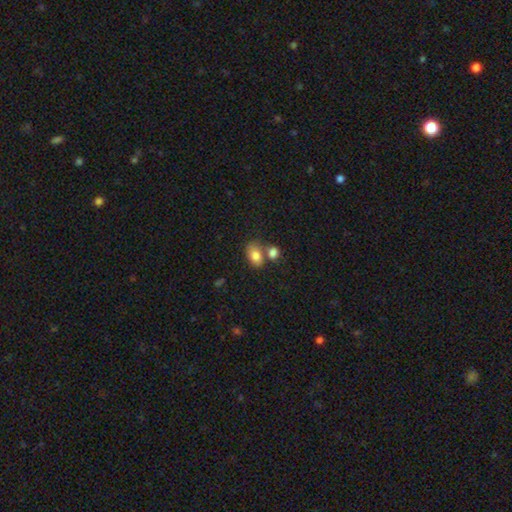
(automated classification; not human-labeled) A smooth galaxy with no disk features (81%) that is in between round and cigar-shaped (81%). Merging: none (45%).